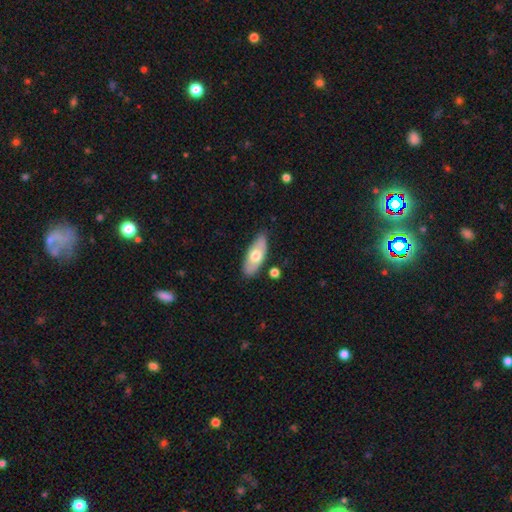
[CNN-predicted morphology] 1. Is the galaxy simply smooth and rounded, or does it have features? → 64% smooth, 31% featured or disk, 6% star or artifact.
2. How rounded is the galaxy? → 81% in between, 16% cigar-shaped, 3% round.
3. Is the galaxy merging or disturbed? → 81% none, 13% minor disturbance, 3% merger, 3% major disturbance.